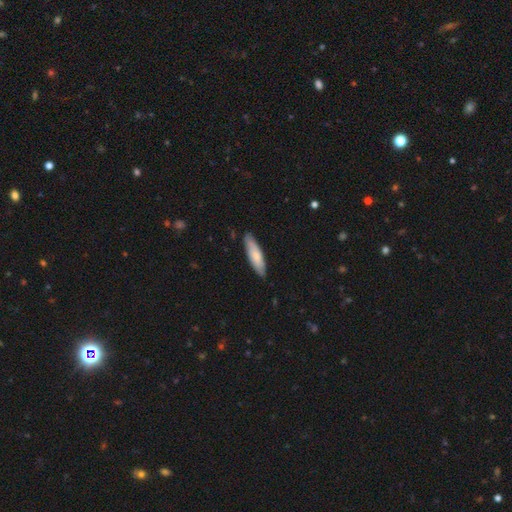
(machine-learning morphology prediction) This appears to be a smooth galaxy with no disk features (75%) that is cigar-shaped (65%). Merging: none (84%).